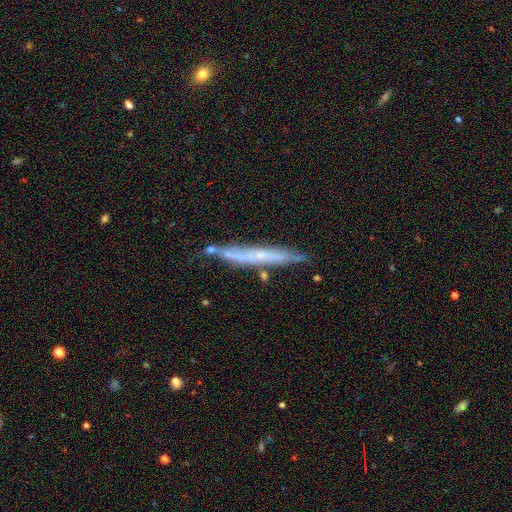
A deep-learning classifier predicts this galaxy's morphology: Smooth or featured? Predicted: featured or disk (p=0.56). Edge-on disk? Predicted: yes (p=0.88). Merging? Predicted: none (p=0.75).